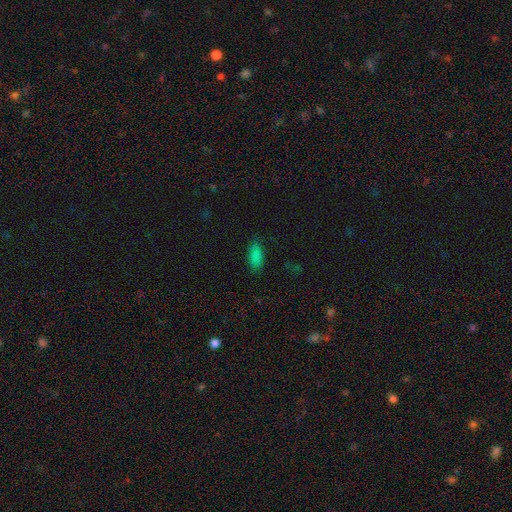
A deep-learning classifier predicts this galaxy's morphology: This appears to be a smooth galaxy with no disk features (83%) that is in between round and cigar-shaped (87%). Merging: none (80%).